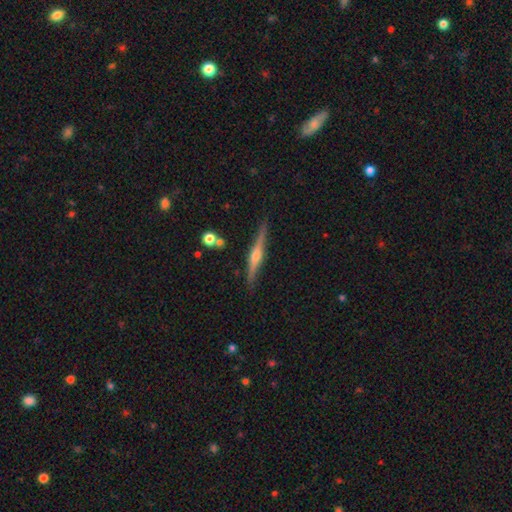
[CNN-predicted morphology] A featured or disk galaxy (80%) viewed edge-on (98%) with a rounded central bulge (88%). Merging: none (90%).